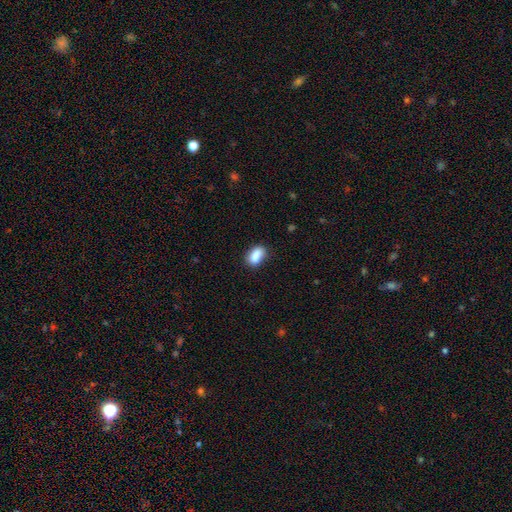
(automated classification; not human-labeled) A smooth galaxy with no disk features (86%) that is in between round and cigar-shaped (86%).

Vote fractions:
- Smooth or featured? smooth: 86% / star or artifact: 8% / featured or disk: 6%
- How rounded? in between: 86% / round: 9% / cigar-shaped: 5%
- Merging? none: 72% / minor disturbance: 19% / merger: 5% / major disturbance: 4%